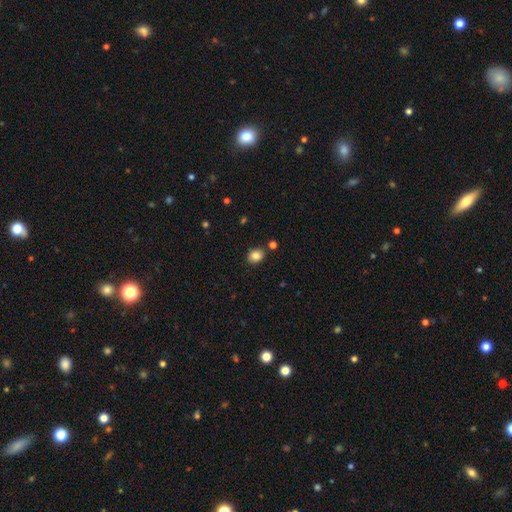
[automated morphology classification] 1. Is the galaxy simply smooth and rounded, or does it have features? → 84% smooth, 10% star or artifact, 6% featured or disk.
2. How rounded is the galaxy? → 55% round, 44% in between, 1% cigar-shaped.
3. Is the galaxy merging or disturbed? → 83% none, 10% minor disturbance, 5% merger, 2% major disturbance.